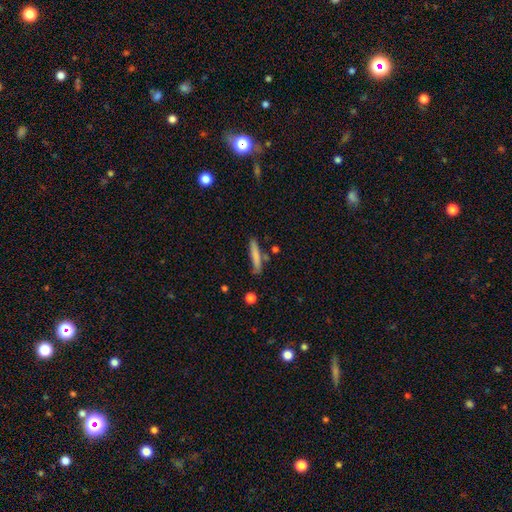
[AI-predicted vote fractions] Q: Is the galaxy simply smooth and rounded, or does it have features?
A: smooth — 77%.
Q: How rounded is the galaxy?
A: cigar-shaped — 90%.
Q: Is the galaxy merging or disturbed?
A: none — 77%.